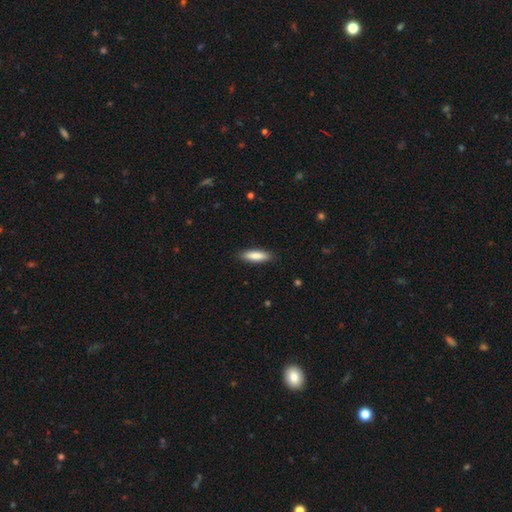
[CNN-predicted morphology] smooth 86%, featured or disk 8%, star or artifact 6%. Down the decision tree: how rounded — cigar-shaped (54%); merging — none (88%).